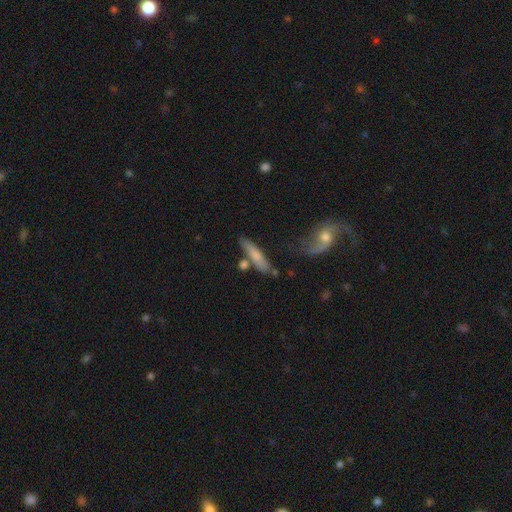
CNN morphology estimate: Overall: smooth (67%). How rounded: cigar-shaped (78%). Merging: none (63%).